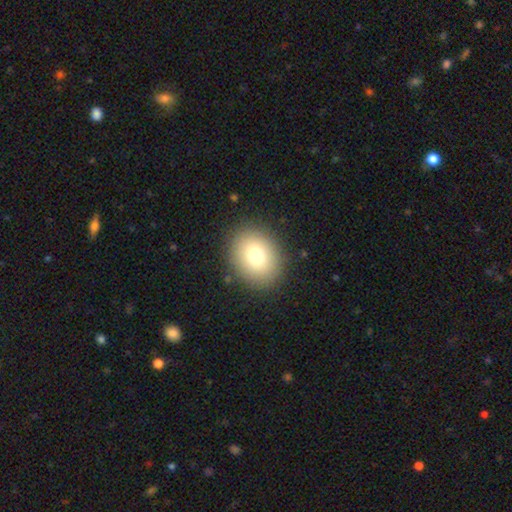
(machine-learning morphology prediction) Smooth or featured? smooth (78%)
How rounded? round (50%)
Merging? none (88%)